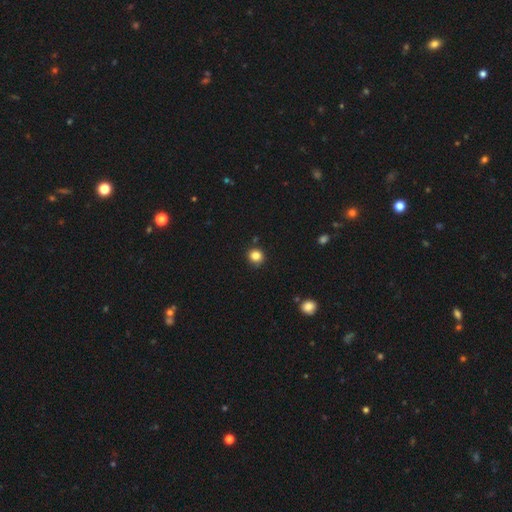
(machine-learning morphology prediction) smooth-or-featured: smooth: 84% | star or artifact: 12% | featured or disk: 4%
  how-rounded: round: 88% | in between: 11% | cigar-shaped: 1%
  merging: none: 87% | minor disturbance: 9% | merger: 2% | major disturbance: 2%